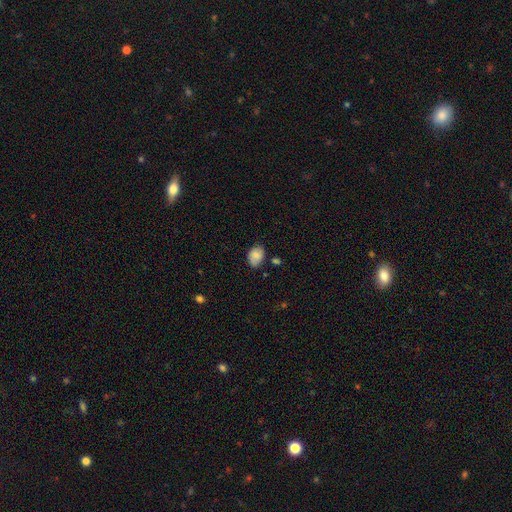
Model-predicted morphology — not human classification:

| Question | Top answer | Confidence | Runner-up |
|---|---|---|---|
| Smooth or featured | smooth | 79% | featured or disk (13%) |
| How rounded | in between | 74% | round (25%) |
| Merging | none | 66% | minor disturbance (25%) |